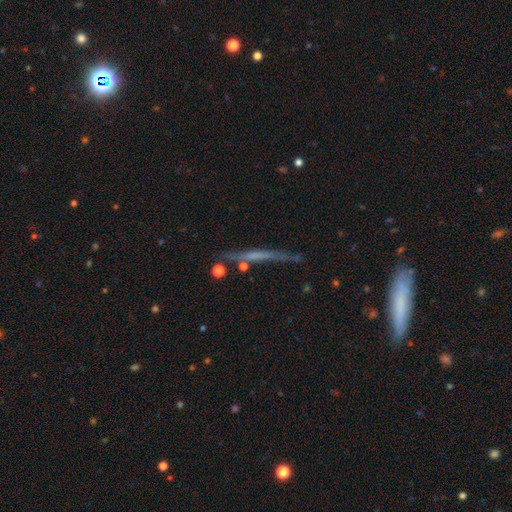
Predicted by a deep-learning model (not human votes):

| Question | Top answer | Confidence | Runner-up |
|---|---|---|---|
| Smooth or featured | featured or disk | 57% | smooth (33%) |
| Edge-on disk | yes | 92% | no (8%) |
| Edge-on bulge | none | 81% | rounded (12%) |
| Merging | none | 75% | minor disturbance (15%) |